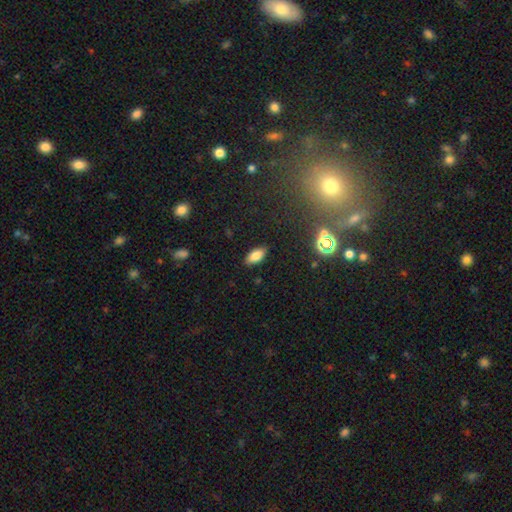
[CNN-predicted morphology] Smooth or featured: smooth — 82% (star or artifact — 10%)
How rounded: in between — 88% (cigar-shaped — 9%)
Merging: none — 87% (minor disturbance — 9%)